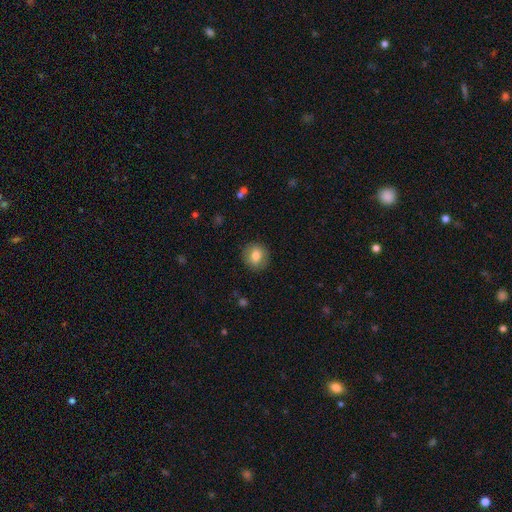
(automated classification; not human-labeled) Smooth or featured?
  - smooth: 78% *
  - featured or disk: 13%
  - star or artifact: 8%
How rounded?
  - round: 85% *
  - in between: 14%
  - cigar-shaped: 1%
Merging?
  - none: 88% *
  - minor disturbance: 8%
  - major disturbance: 3%
  - merger: 1%